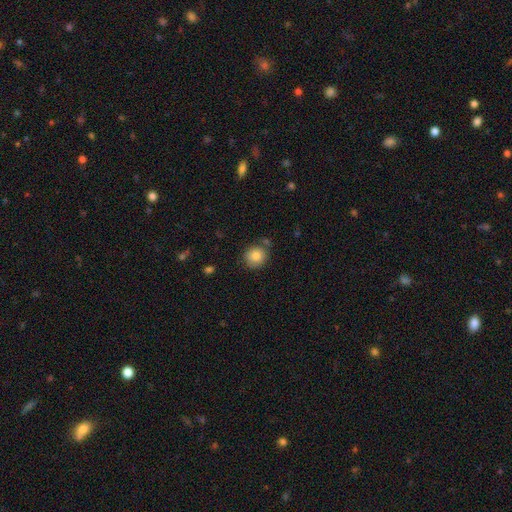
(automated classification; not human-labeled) A smooth galaxy with no disk features (83%) that is round (87%). Merging: none (75%).